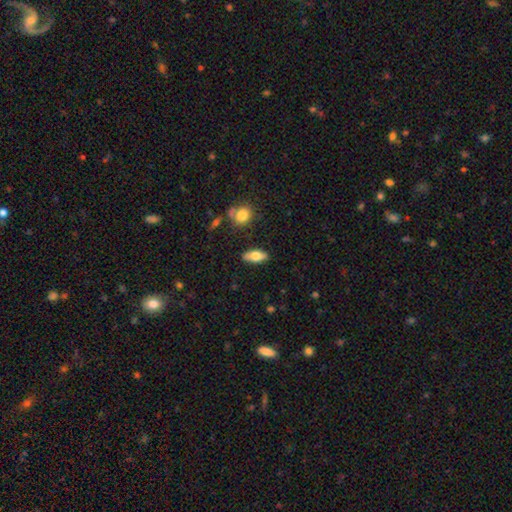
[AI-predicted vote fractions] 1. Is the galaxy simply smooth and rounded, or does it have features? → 68% smooth, 25% featured or disk, 7% star or artifact.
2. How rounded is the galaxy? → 83% in between, 14% cigar-shaped, 4% round.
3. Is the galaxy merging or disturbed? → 83% none, 12% minor disturbance, 3% merger, 3% major disturbance.